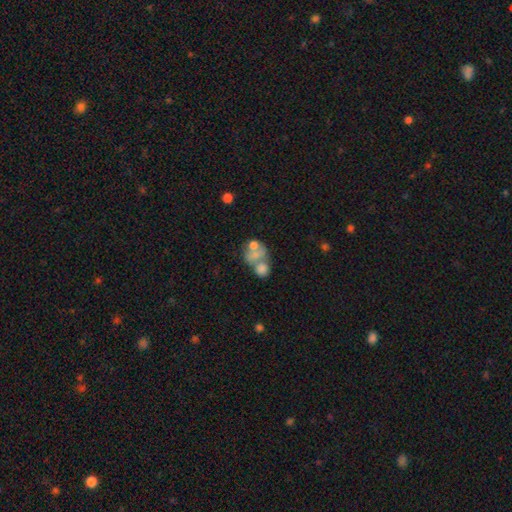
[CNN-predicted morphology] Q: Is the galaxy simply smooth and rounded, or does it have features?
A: featured or disk — 39%.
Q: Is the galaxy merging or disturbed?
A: merger — 45%.